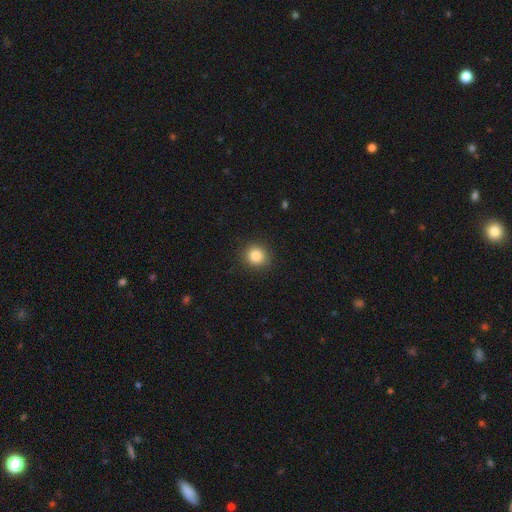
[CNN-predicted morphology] type=smooth (85%); roundness=round (88%); merging=none (90%).